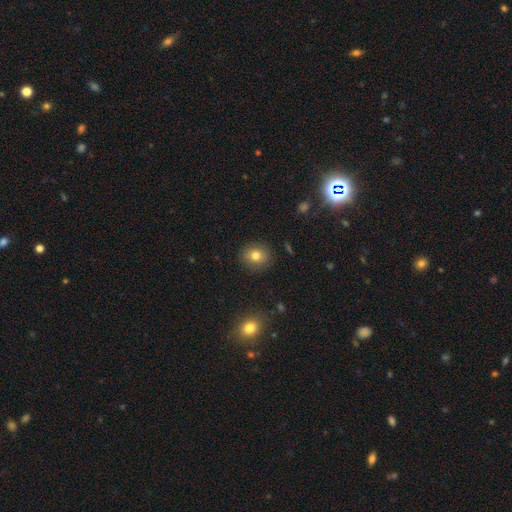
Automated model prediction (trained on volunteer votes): Morphology: type=smooth (79%); roundness=round (75%); merging=none (89%).